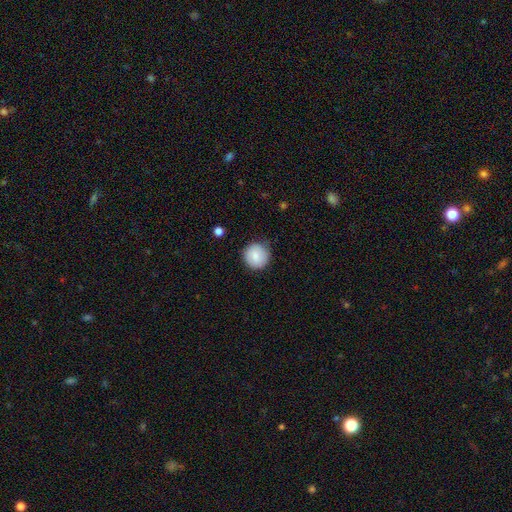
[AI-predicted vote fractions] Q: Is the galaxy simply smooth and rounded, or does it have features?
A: smooth — 85%.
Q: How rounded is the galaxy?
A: round — 93%.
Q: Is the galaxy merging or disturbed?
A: none — 84%.